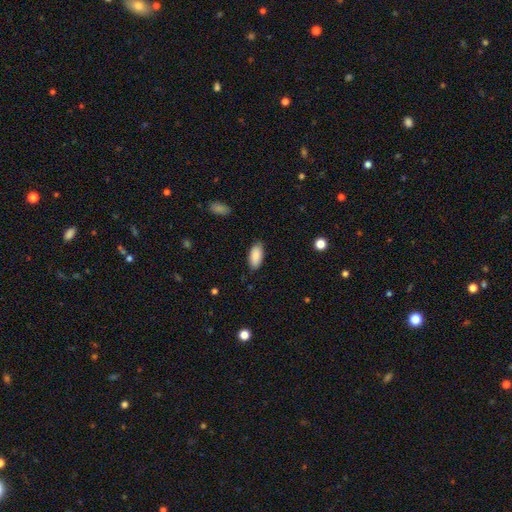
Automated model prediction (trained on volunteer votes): Overall: smooth (89%). How rounded: in between (91%). Merging: none (85%).